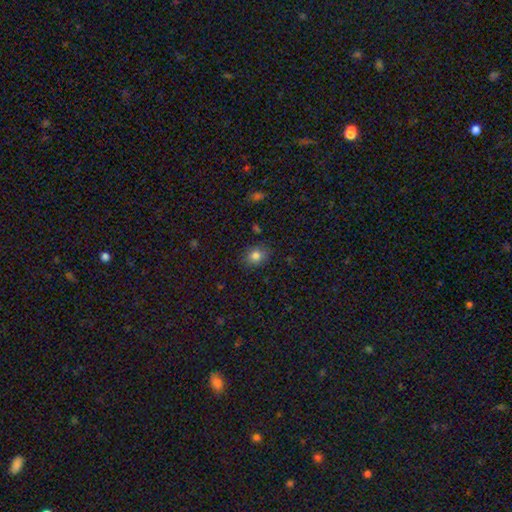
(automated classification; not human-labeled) smooth 81%, star or artifact 12%, featured or disk 7%. Down the decision tree: how rounded — round (61%); merging — none (85%).